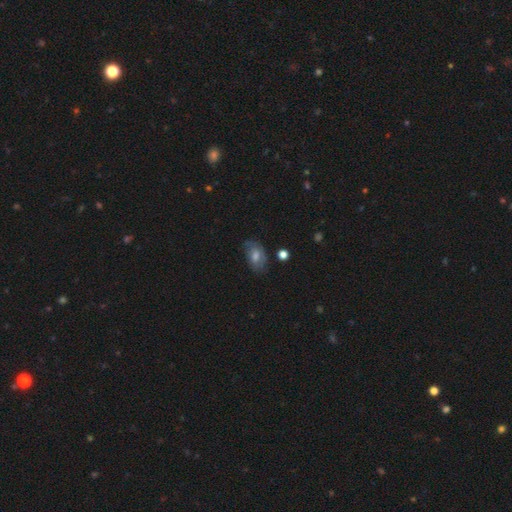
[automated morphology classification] Smooth or featured? Predicted: smooth (p=0.47). Merging? Predicted: none (p=0.67).